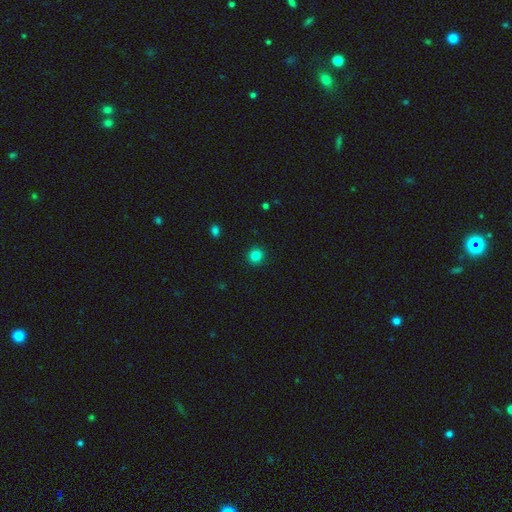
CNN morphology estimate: smooth 84%, star or artifact 12%, featured or disk 4%. Down the decision tree: how rounded — round (93%); merging — none (92%).